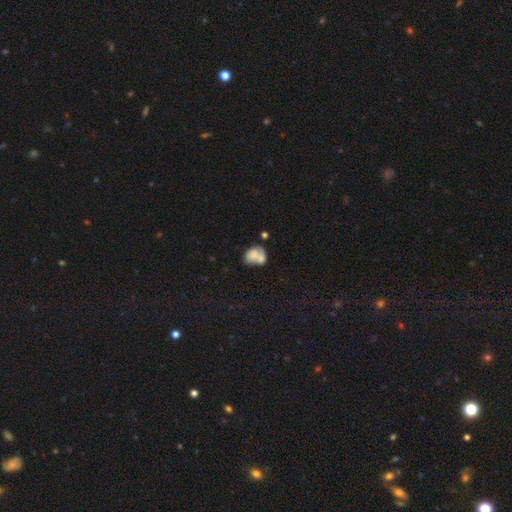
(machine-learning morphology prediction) Smooth or featured? Predicted: smooth (p=0.66). How rounded? Predicted: in between (p=0.63). Merging? Predicted: merger (p=0.50).